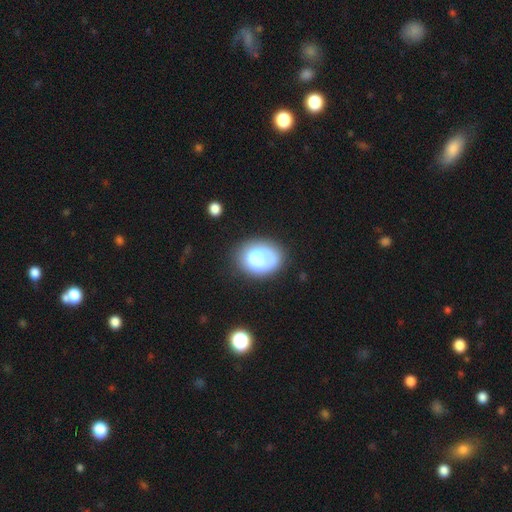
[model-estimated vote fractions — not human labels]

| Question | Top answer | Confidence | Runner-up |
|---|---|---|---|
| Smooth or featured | smooth | 67% | featured or disk (24%) |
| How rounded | in between | 55% | round (44%) |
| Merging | none | 56% | minor disturbance (23%) |